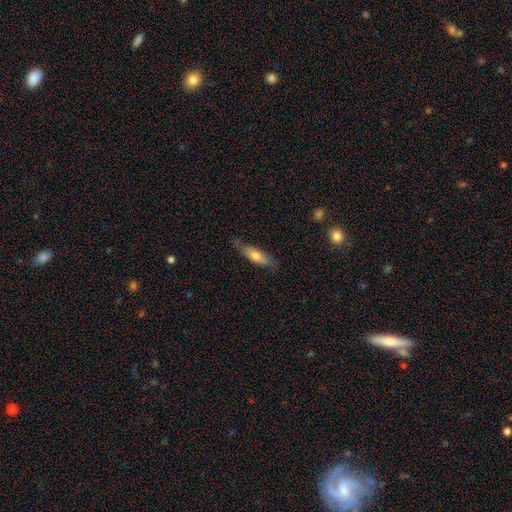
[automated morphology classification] Q: Smooth or featured?
A: smooth (66%); runner-up: featured or disk (28%)
Q: How rounded?
A: cigar-shaped (51%); runner-up: in between (47%)
Q: Merging?
A: none (74%); runner-up: minor disturbance (20%)